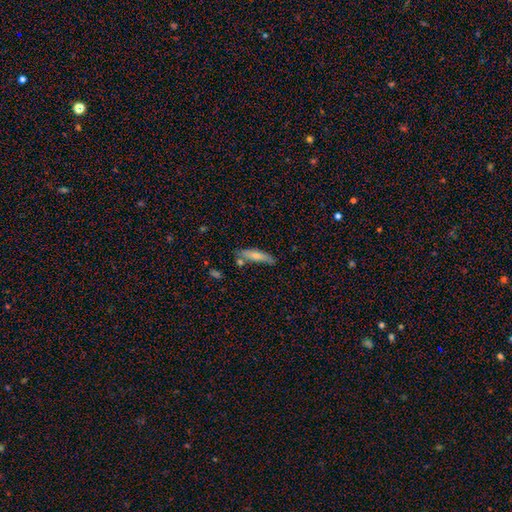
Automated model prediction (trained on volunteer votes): Smooth or featured: smooth — 67% (featured or disk — 27%)
How rounded: cigar-shaped — 70% (in between — 29%)
Merging: none — 64% (minor disturbance — 21%)